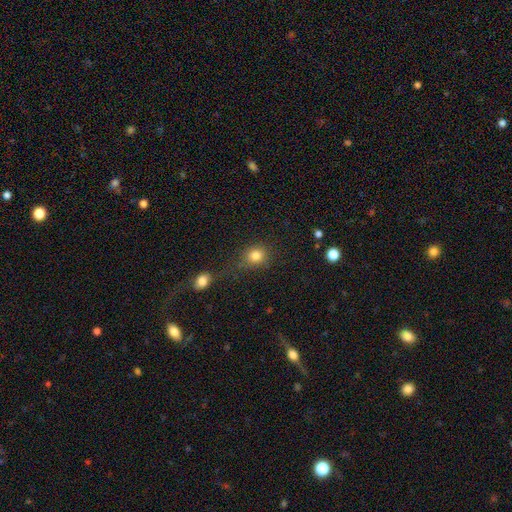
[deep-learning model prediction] Smooth or featured: smooth — 82% (star or artifact — 12%)
How rounded: round — 80% (in between — 19%)
Merging: none — 65% (minor disturbance — 14%)